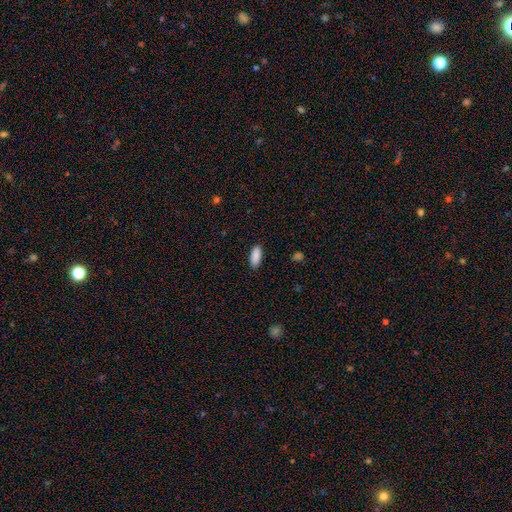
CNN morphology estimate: This is clearly a smooth galaxy (90%). How rounded: clearly in between (85%). Merging: clearly none (88%).